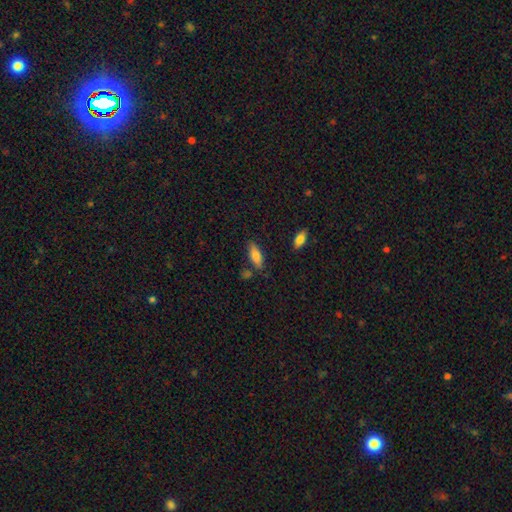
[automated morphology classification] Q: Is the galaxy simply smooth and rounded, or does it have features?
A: smooth — 77%.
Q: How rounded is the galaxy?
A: in between — 64%.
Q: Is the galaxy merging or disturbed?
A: none — 75%.